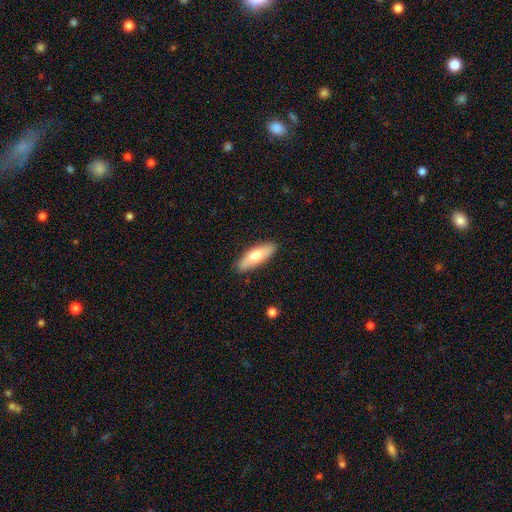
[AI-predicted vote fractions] Overall: smooth (66%; featured or disk 29%). How rounded: in between (58%; cigar-shaped 40%). Merging: none (87%).